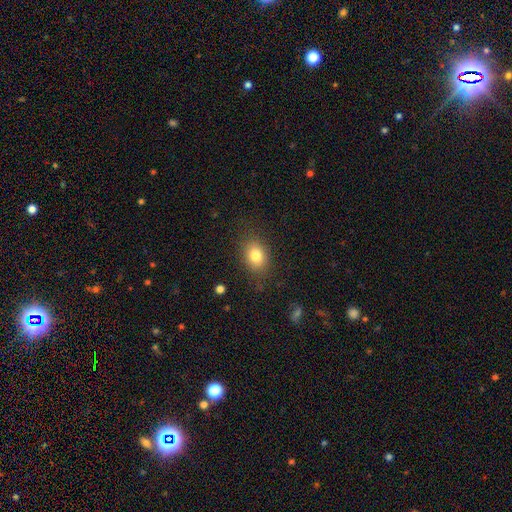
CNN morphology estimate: Smooth or featured? Predicted: smooth (p=0.80). How rounded? Predicted: in between (p=0.62). Merging? Predicted: none (p=0.82).